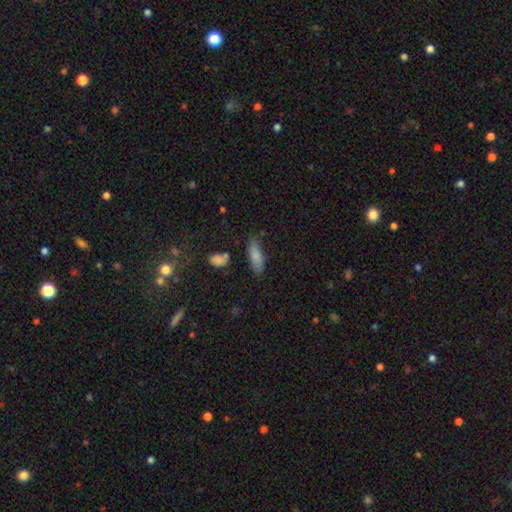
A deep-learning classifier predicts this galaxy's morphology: Overall: smooth (81%). How rounded: in between (60%; cigar-shaped 37%). Merging: none (68%).